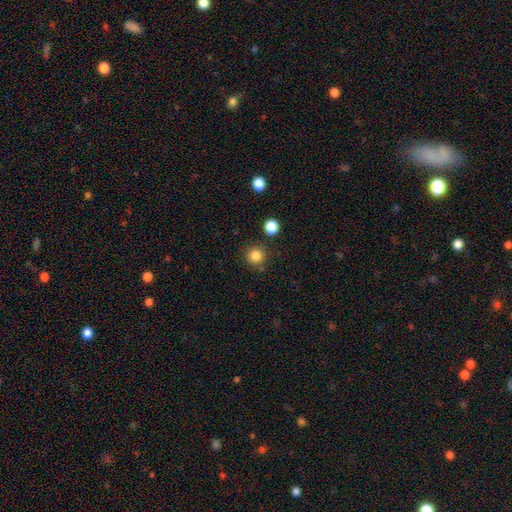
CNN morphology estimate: This is clearly a smooth galaxy (84%). How rounded: clearly round (94%). Merging: clearly none (84%).